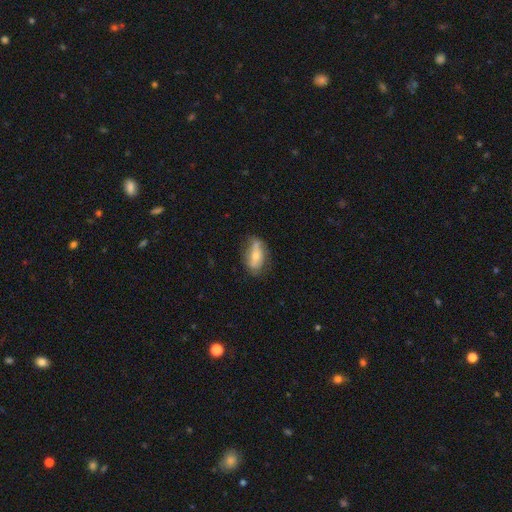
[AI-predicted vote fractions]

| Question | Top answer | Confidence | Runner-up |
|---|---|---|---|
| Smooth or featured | smooth | 49% | featured or disk (43%) |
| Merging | none | 58% | minor disturbance (29%) |